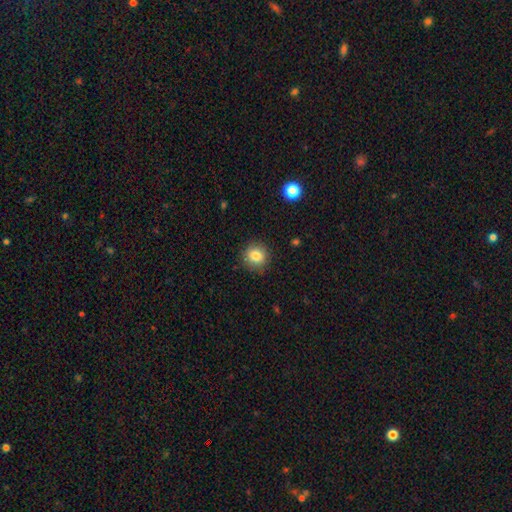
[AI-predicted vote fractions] Q: Smooth or featured?
A: smooth (83%); runner-up: star or artifact (10%)
Q: How rounded?
A: round (84%); runner-up: in between (15%)
Q: Merging?
A: none (88%); runner-up: minor disturbance (9%)